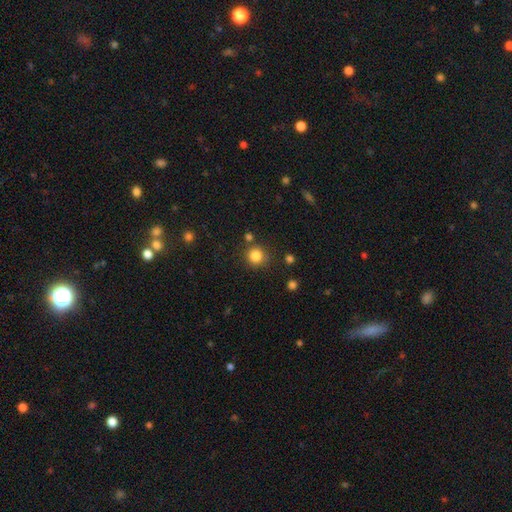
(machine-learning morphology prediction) A smooth galaxy with no disk features (84%) that is round (92%). Merging: none (80%).